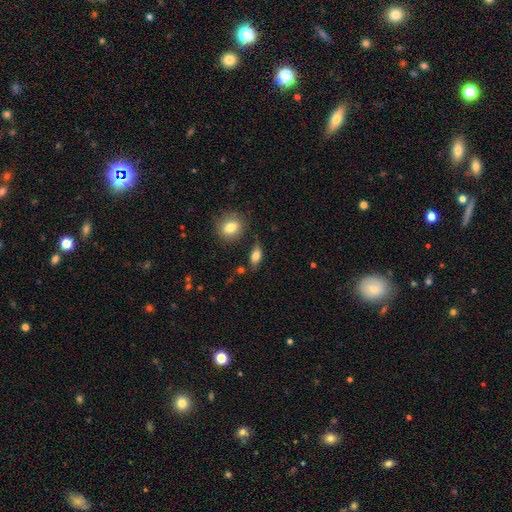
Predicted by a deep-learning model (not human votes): Smooth or featured: smooth — 75% (featured or disk — 16%)
How rounded: in between — 81% (cigar-shaped — 12%)
Merging: none — 72% (minor disturbance — 18%)